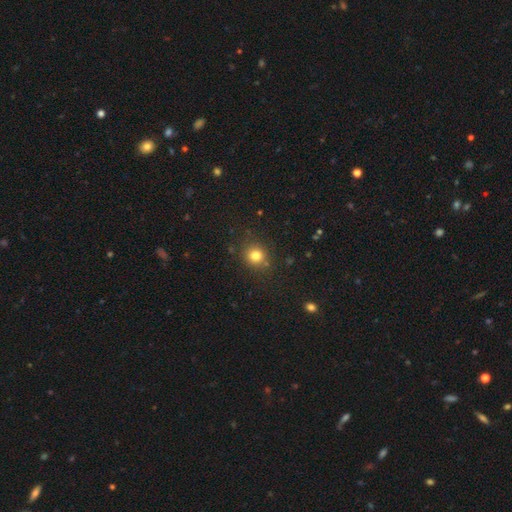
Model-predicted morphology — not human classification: This appears to be a smooth galaxy with no disk features (80%) that is round (84%). Merging: none (83%).